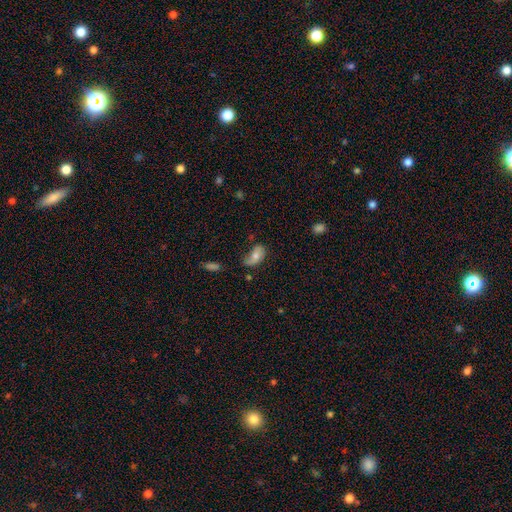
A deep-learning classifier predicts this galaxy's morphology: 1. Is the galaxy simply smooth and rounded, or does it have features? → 62% smooth, 29% featured or disk, 8% star or artifact.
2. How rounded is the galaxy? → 92% in between, 5% round, 3% cigar-shaped.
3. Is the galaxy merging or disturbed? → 42% none, 36% minor disturbance, 19% major disturbance, 4% merger.